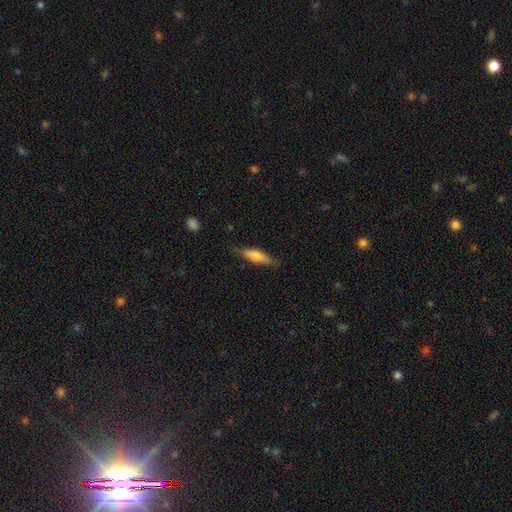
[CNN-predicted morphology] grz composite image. It shows a smooth galaxy with no disk features (60%) that is cigar-shaped (66%). Merging: none (80%).